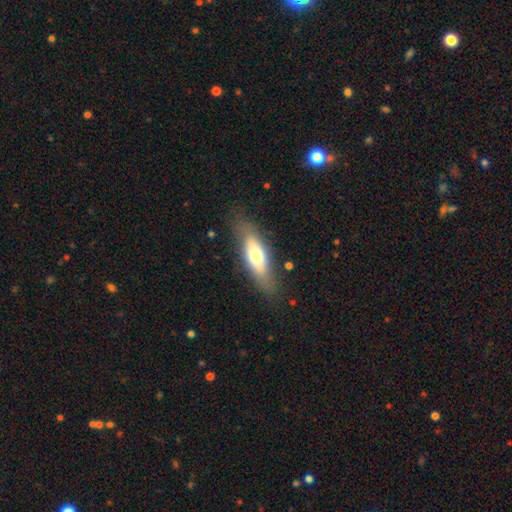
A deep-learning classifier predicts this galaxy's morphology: The model was most divided on "how rounded": in between: 59%, cigar-shaped: 38%, round: 3%. More confident: merging — none (77%); smooth or featured — smooth (57%).